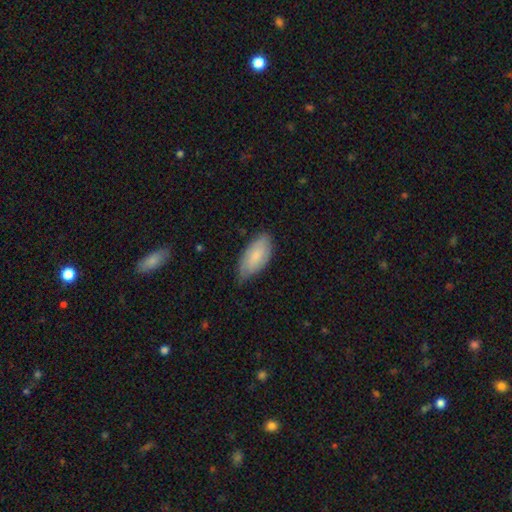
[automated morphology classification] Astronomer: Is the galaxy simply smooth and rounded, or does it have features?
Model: smooth — 78%.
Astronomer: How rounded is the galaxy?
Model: in between — 92%.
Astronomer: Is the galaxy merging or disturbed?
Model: none — 62%.